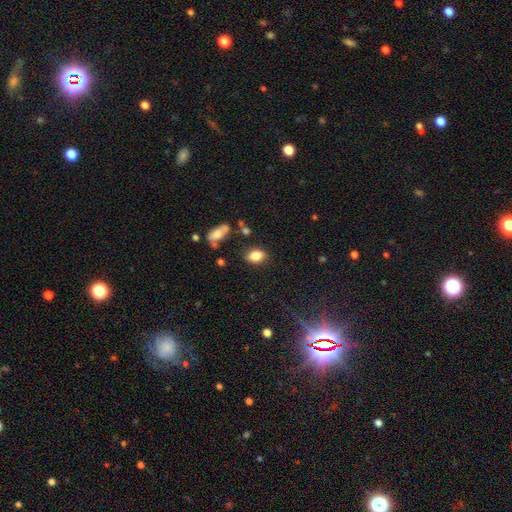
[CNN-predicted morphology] smooth_or_featured: smooth (p=0.83) [alt: star or artifact p=0.09]
how_rounded: in between (p=0.81) [alt: round p=0.17]
merging: none (p=0.80) [alt: minor disturbance p=0.13]